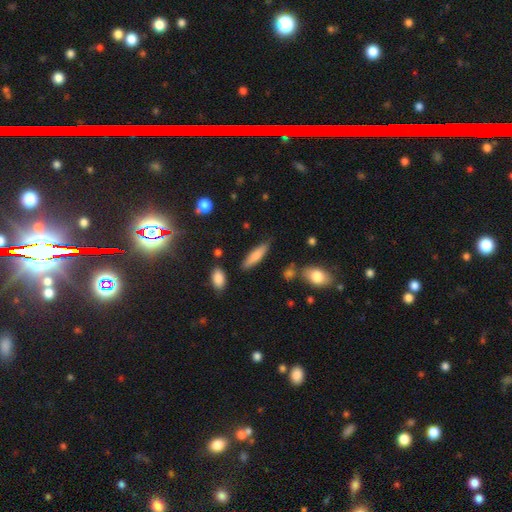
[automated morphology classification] This is likely a smooth galaxy (78%). How rounded: likely cigar-shaped (72%). Merging: clearly none (81%).